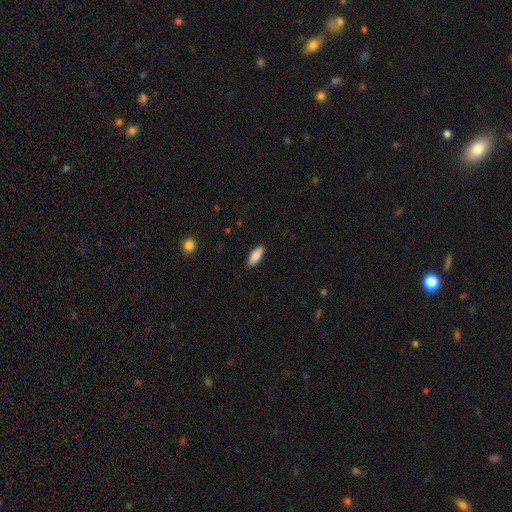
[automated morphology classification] Smooth or featured: smooth — 86% (featured or disk — 8%)
How rounded: in between — 67% (cigar-shaped — 31%)
Merging: none — 89% (minor disturbance — 8%)